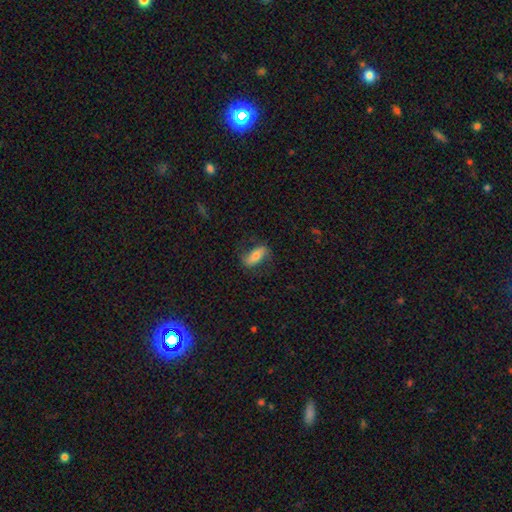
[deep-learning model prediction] Smooth or featured? smooth (51%)
How rounded? in between (77%)
Merging? none (74%)